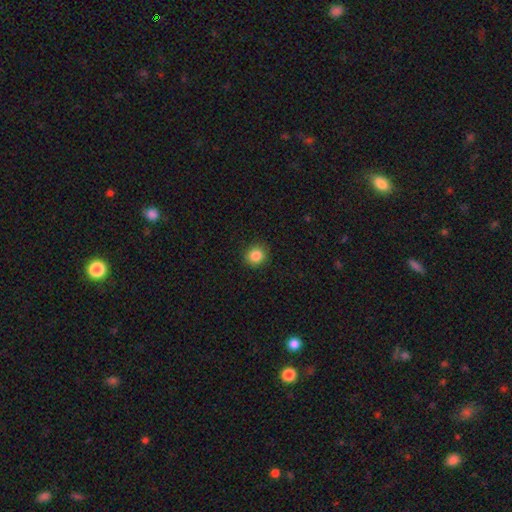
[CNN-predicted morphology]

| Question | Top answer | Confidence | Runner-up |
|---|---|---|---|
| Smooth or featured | smooth | 85% | star or artifact (10%) |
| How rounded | round | 88% | in between (11%) |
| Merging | none | 90% | minor disturbance (7%) |